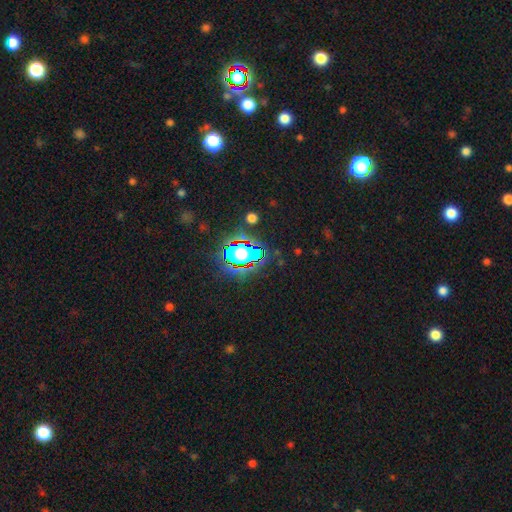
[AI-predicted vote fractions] A star or artifact, not a galaxy (59%).